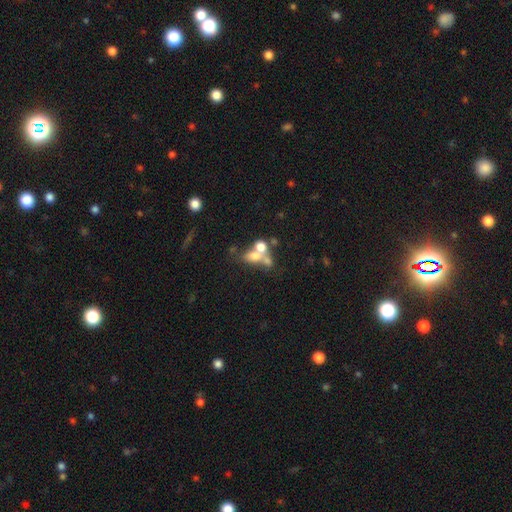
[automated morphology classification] The model was most divided on "how rounded": in between: 55%, round: 40%, cigar-shaped: 5%. More confident: smooth or featured — smooth (59%); merging — merger (57%).